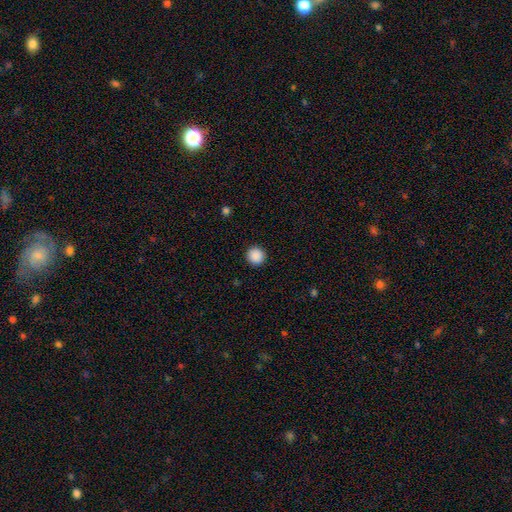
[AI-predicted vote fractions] Smooth or featured? smooth (89%)
How rounded? round (94%)
Merging? none (92%)